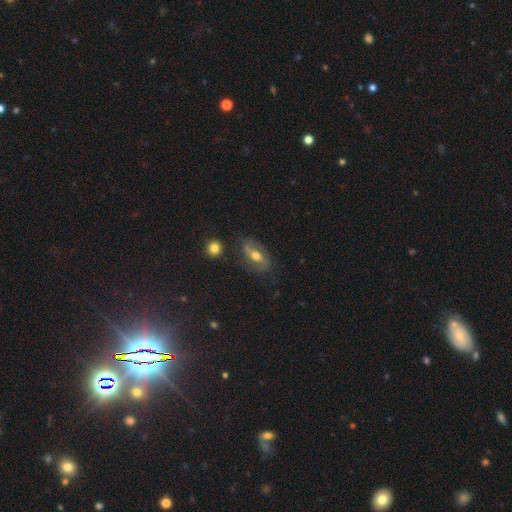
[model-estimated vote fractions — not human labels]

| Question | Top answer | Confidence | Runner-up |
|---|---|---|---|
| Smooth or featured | featured or disk | 52% | smooth (39%) |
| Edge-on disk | no | 83% | yes (17%) |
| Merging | none | 71% | minor disturbance (18%) |